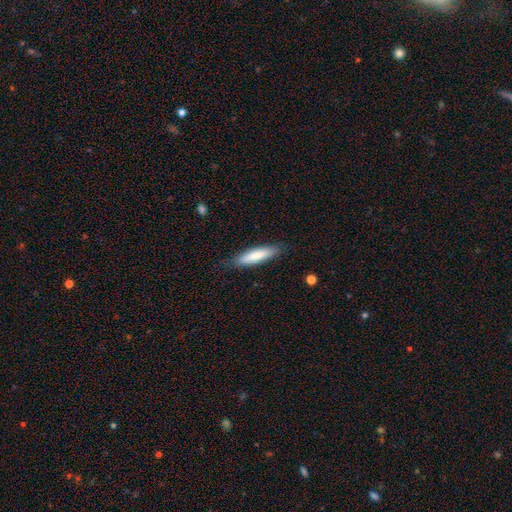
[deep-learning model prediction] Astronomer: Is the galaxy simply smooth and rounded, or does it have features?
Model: smooth — 78%.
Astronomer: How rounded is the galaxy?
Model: cigar-shaped — 75%.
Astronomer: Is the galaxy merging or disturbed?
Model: none — 84%.